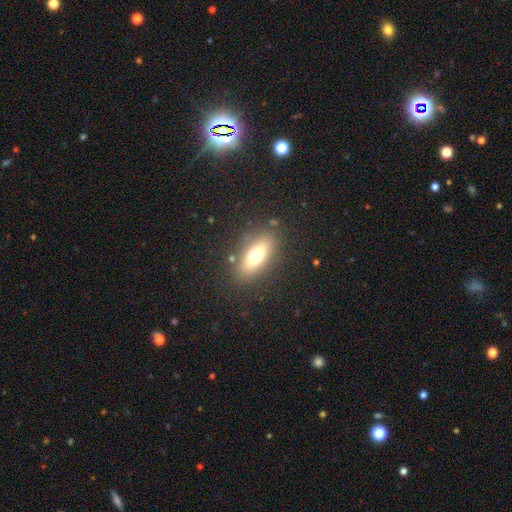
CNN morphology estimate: Q: Smooth or featured?
A: smooth (67%); runner-up: featured or disk (25%)
Q: How rounded?
A: in between (71%); runner-up: cigar-shaped (25%)
Q: Merging?
A: none (83%); runner-up: minor disturbance (11%)